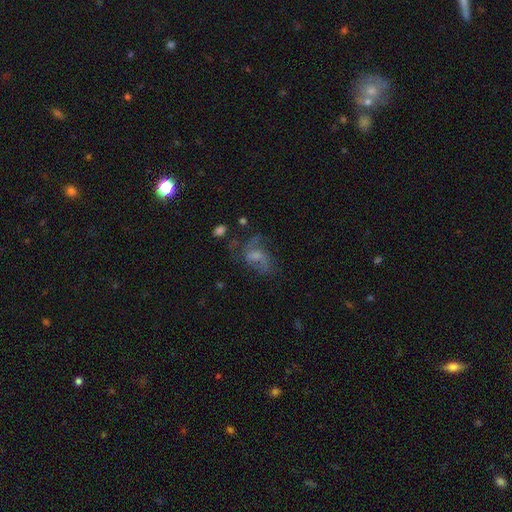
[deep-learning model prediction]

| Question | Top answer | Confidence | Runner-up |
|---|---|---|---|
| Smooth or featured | featured or disk | 58% | smooth (25%) |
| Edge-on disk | no | 96% | yes (4%) |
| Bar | no | 54% | weak (38%) |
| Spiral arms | yes | 75% | no (25%) |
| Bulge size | small | 34% | moderate (33%) |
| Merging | none | 48% | major disturbance (27%) |